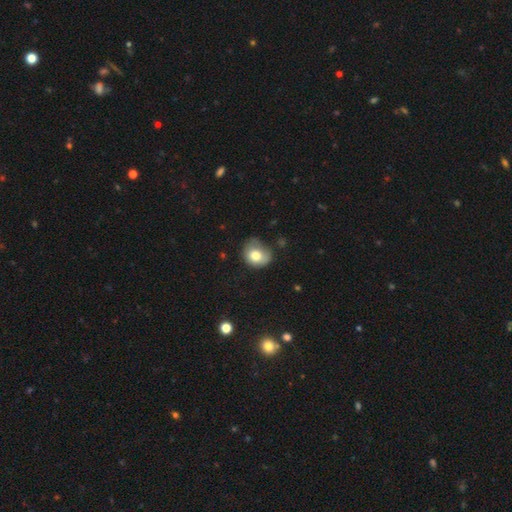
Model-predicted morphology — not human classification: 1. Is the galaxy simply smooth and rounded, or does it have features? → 75% smooth, 15% featured or disk, 9% star or artifact.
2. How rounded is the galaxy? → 65% round, 34% in between, 1% cigar-shaped.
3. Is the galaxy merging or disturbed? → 44% none, 37% minor disturbance, 16% major disturbance, 3% merger.